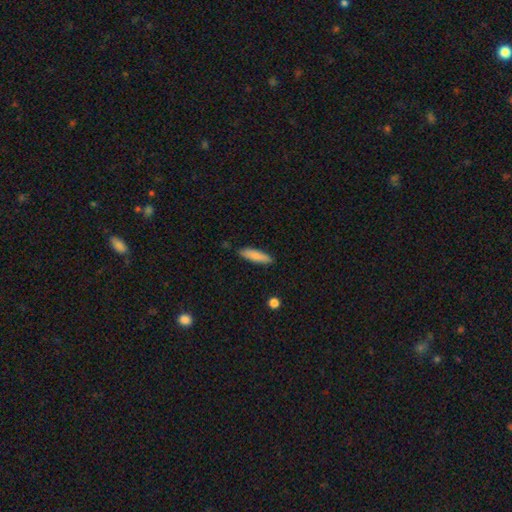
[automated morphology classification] type=smooth (84%); roundness=cigar-shaped (70%); merging=none (87%).